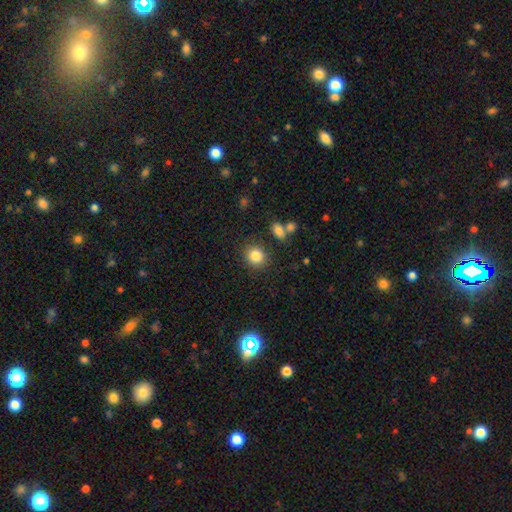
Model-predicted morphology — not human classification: Overall: smooth (85%). How rounded: round (80%). Merging: none (83%).